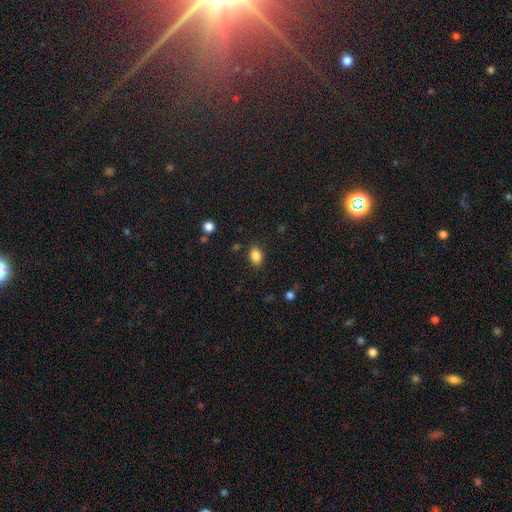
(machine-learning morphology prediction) Smooth or featured: smooth — 86% (star or artifact — 10%)
How rounded: in between — 79% (round — 19%)
Merging: none — 84% (minor disturbance — 11%)